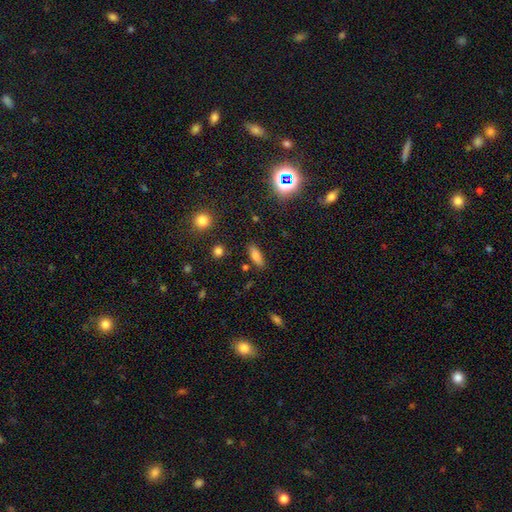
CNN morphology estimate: Smooth or featured: smooth — 78% (star or artifact — 12%)
How rounded: in between — 65% (cigar-shaped — 31%)
Merging: none — 84% (minor disturbance — 10%)